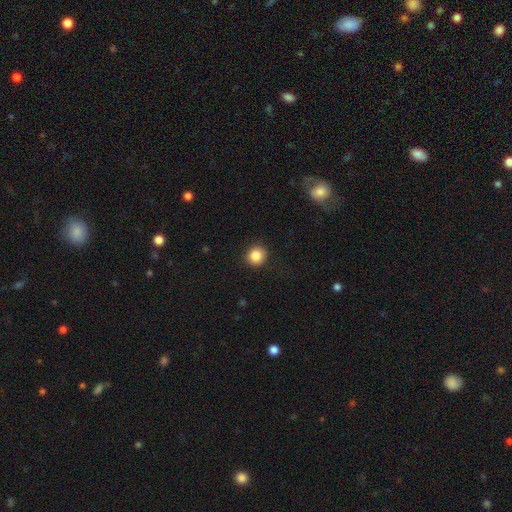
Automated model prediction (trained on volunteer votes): A smooth galaxy with no disk features (86%) that is round (90%). Merging: none (91%).